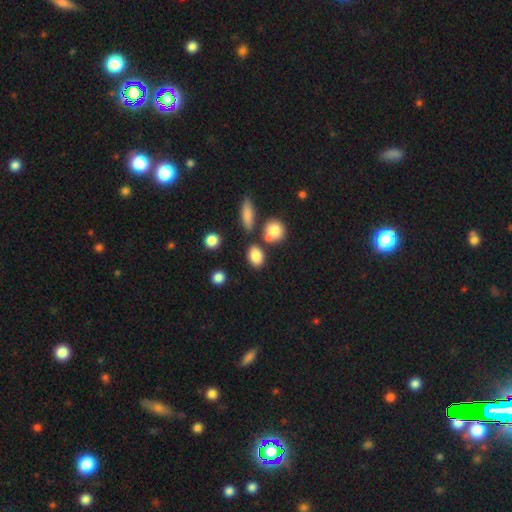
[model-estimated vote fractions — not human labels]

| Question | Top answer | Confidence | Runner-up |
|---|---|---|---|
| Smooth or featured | smooth | 83% | star or artifact (9%) |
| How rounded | in between | 77% | round (20%) |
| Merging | none | 72% | merger (13%) |